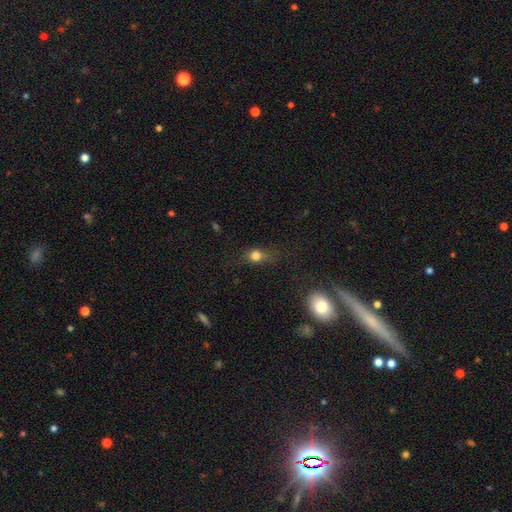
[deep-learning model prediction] smooth-or-featured: smooth: 73% | star or artifact: 16% | featured or disk: 12%
  how-rounded: round: 57% | in between: 36% | cigar-shaped: 7%
  merging: none: 60% | minor disturbance: 23% | major disturbance: 13% | merger: 3%